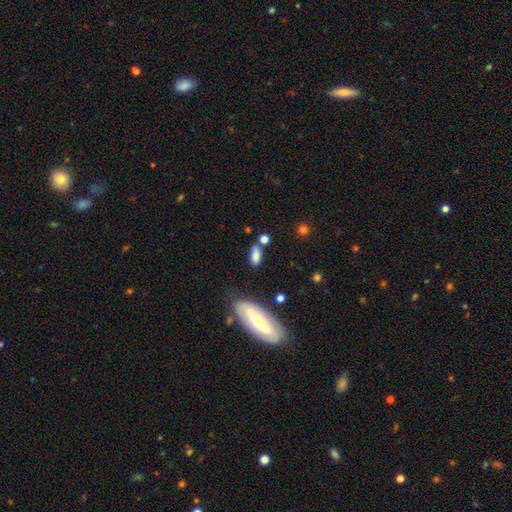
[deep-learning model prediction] smooth-or-featured: smooth: 80% | featured or disk: 11% | star or artifact: 9%
  how-rounded: in between: 78% | cigar-shaped: 17% | round: 5%
  merging: none: 61% | minor disturbance: 20% | merger: 13% | major disturbance: 6%